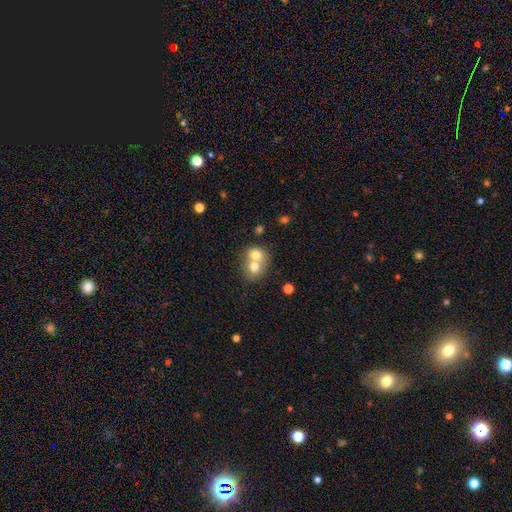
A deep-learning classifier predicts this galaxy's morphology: Overall: smooth (70%). How rounded: round (65%; in between 34%). Merging: merger (71%).